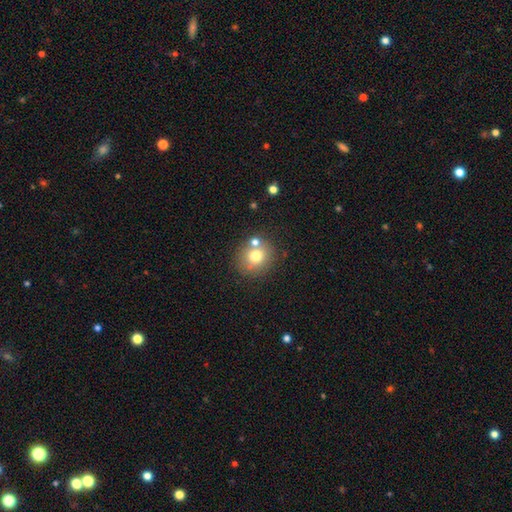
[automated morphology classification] Q: Smooth or featured?
A: smooth (72%); runner-up: featured or disk (16%)
Q: How rounded?
A: round (85%); runner-up: in between (14%)
Q: Merging?
A: none (69%); runner-up: merger (16%)